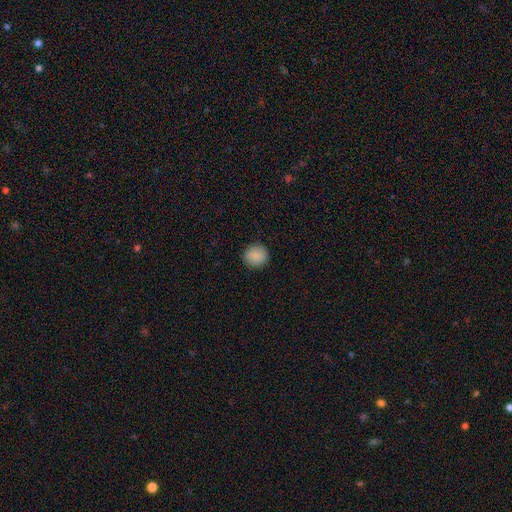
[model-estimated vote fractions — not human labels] Smooth or featured? smooth (88%)
How rounded? round (88%)
Merging? none (90%)